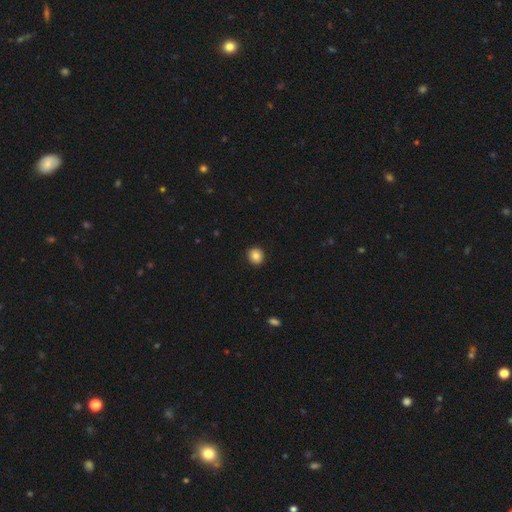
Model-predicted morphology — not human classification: This appears to be a smooth galaxy with no disk features (84%) that is round (90%). Merging: none (92%).